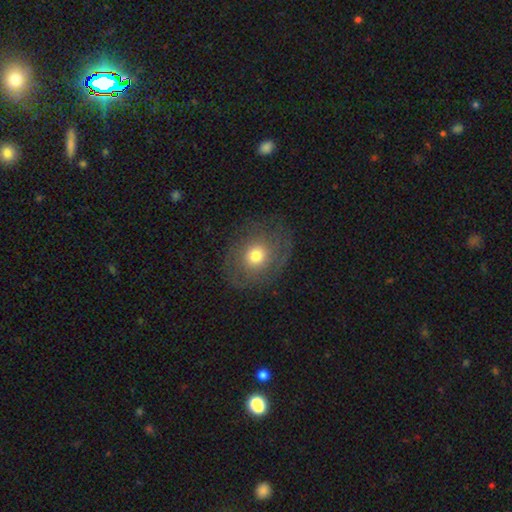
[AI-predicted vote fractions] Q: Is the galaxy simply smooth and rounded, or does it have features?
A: smooth — 50%.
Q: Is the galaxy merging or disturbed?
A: none — 75%.